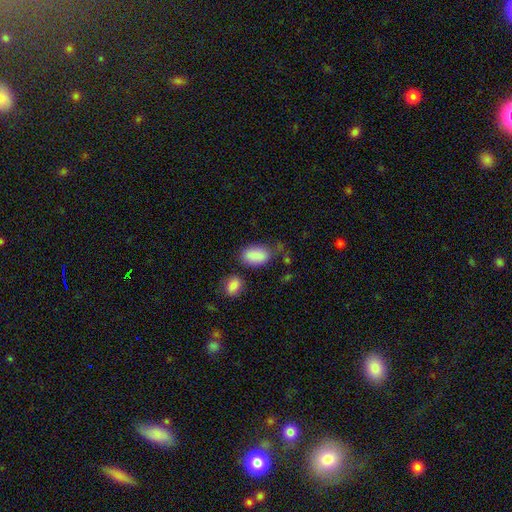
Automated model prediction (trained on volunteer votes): smooth-or-featured: smooth: 88% | star or artifact: 8% | featured or disk: 5%
  how-rounded: in between: 91% | round: 7% | cigar-shaped: 2%
  merging: none: 62% | minor disturbance: 21% | merger: 9% | major disturbance: 7%